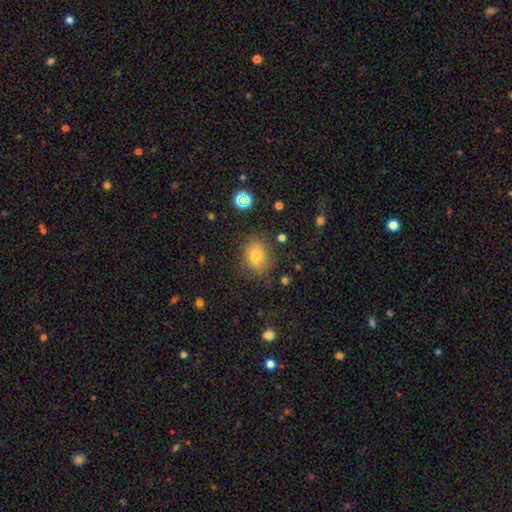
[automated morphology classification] The model was most divided on "how rounded": in between: 50%, round: 49%, cigar-shaped: 1%. More confident: merging — none (77%); smooth or featured — smooth (71%).